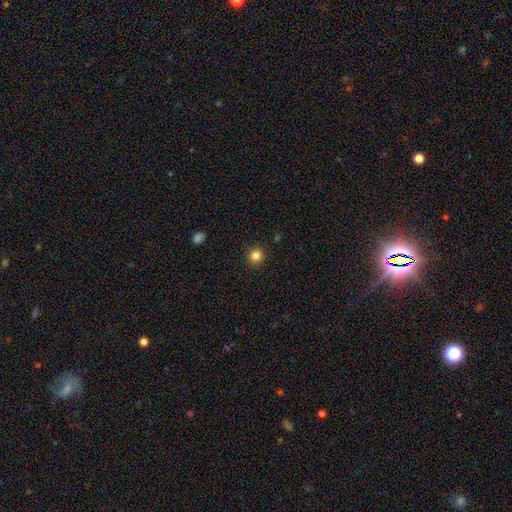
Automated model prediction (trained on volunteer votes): A smooth galaxy with no disk features (83%) that is round (94%). Merging: none (92%).